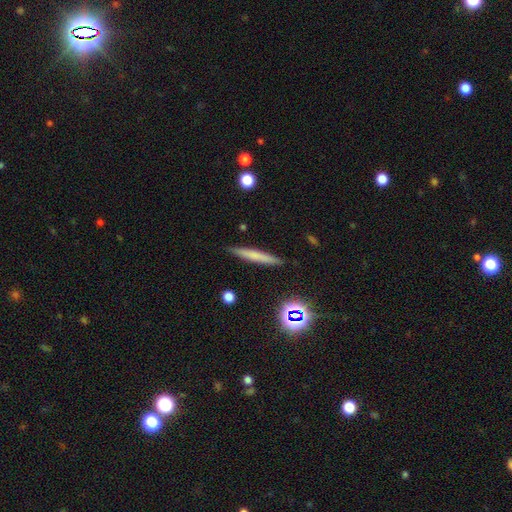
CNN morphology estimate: Smooth or featured: smooth — 65% (featured or disk — 26%)
How rounded: cigar-shaped — 94% (in between — 4%)
Merging: none — 89% (minor disturbance — 7%)